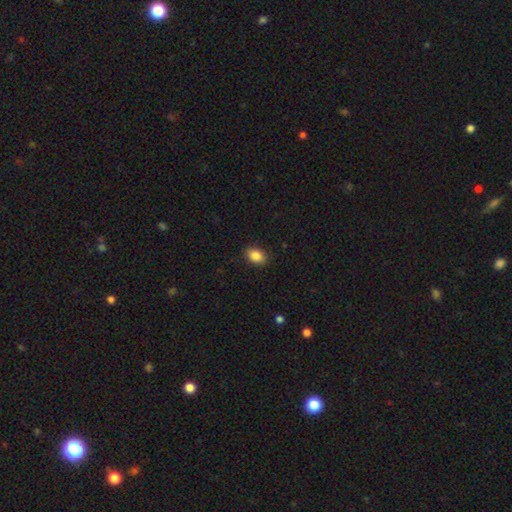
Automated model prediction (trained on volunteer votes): This is clearly a smooth galaxy (87%). How rounded: likely in between (77%). Merging: clearly none (87%).